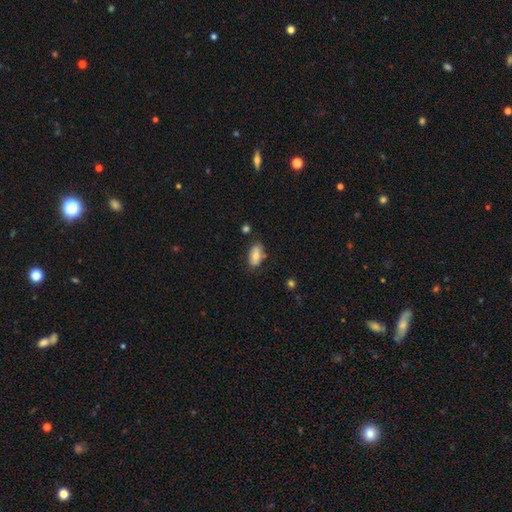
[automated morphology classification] Smooth or featured? smooth (70%)
How rounded? in between (91%)
Merging? none (74%)